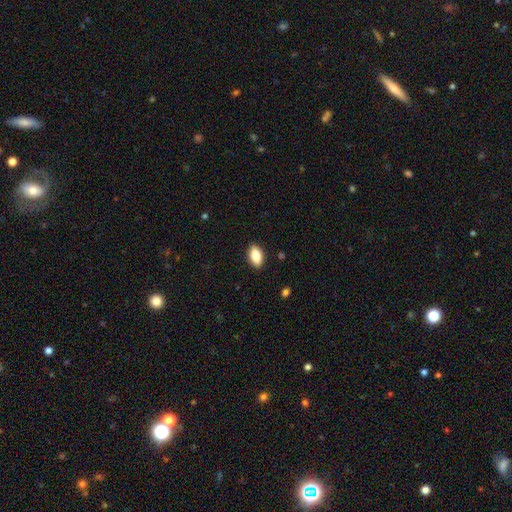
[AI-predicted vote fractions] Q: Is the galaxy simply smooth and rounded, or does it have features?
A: smooth — 82%.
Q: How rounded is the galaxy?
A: in between — 90%.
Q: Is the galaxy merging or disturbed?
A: none — 88%.